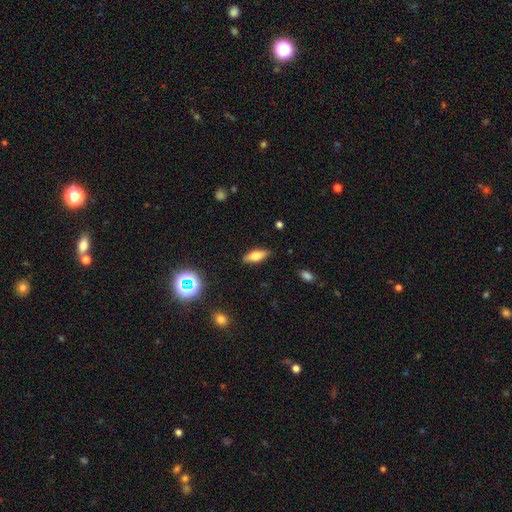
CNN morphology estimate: Overall: smooth (67%). How rounded: in between (65%; cigar-shaped 32%). Merging: none (87%).